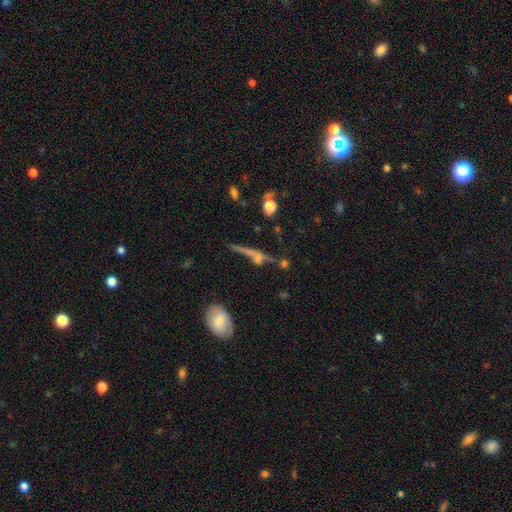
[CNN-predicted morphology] featured or disk 50%, smooth 33%, star or artifact 17%. Down the decision tree: edge-on disk — yes (81%); merging — none (54%).